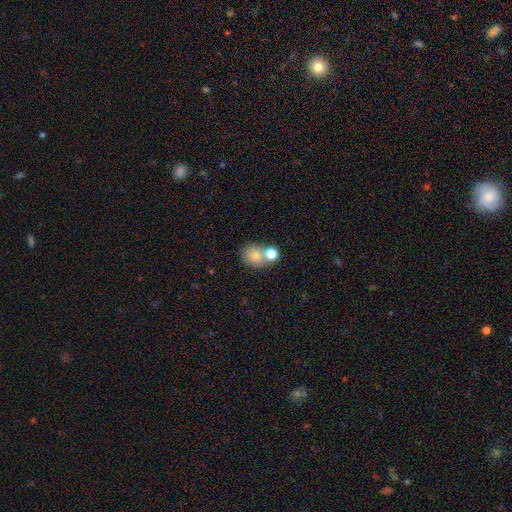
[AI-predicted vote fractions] Smooth or featured?
  - smooth: 77% *
  - featured or disk: 12%
  - star or artifact: 12%
How rounded?
  - round: 75% *
  - in between: 24%
  - cigar-shaped: 1%
Merging?
  - none: 51% *
  - merger: 36%
  - minor disturbance: 9%
  - major disturbance: 3%